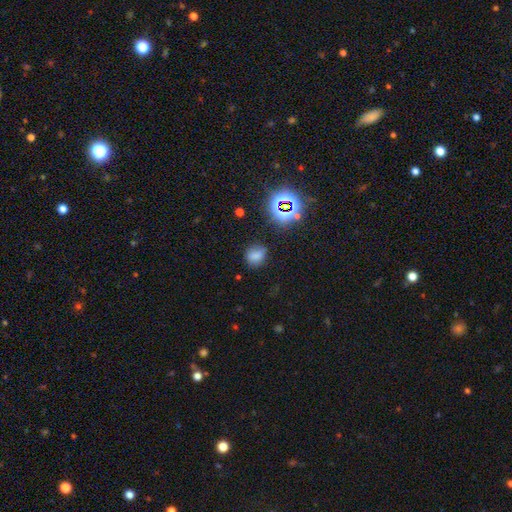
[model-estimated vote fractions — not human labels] Q: Smooth or featured?
A: smooth (68%); runner-up: star or artifact (22%)
Q: How rounded?
A: round (61%); runner-up: in between (38%)
Q: Merging?
A: none (72%); runner-up: minor disturbance (19%)